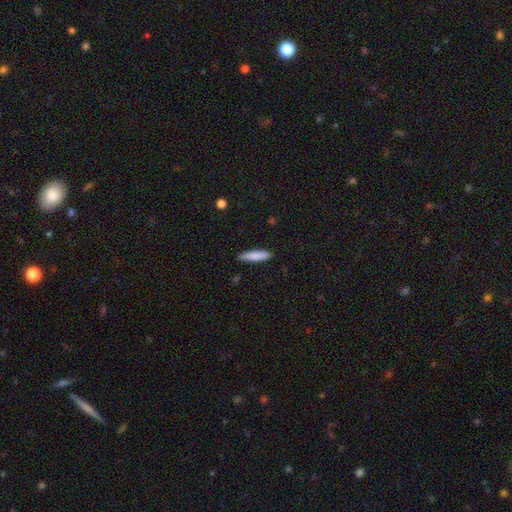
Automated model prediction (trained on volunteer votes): Smooth or featured? smooth (85%)
How rounded? cigar-shaped (81%)
Merging? none (88%)